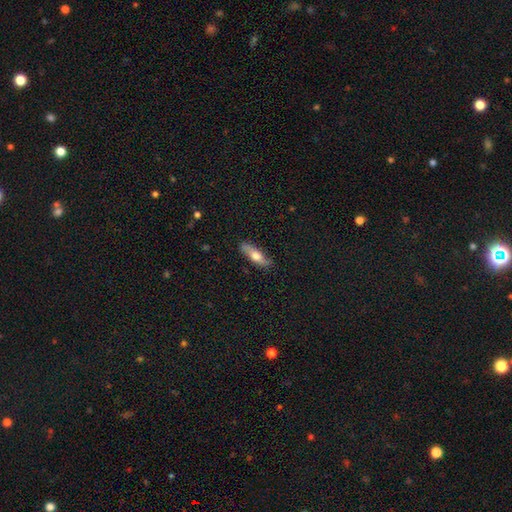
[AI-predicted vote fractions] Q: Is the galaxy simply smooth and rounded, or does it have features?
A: smooth — 56%.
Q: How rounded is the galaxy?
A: cigar-shaped — 55%.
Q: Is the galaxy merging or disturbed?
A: none — 79%.